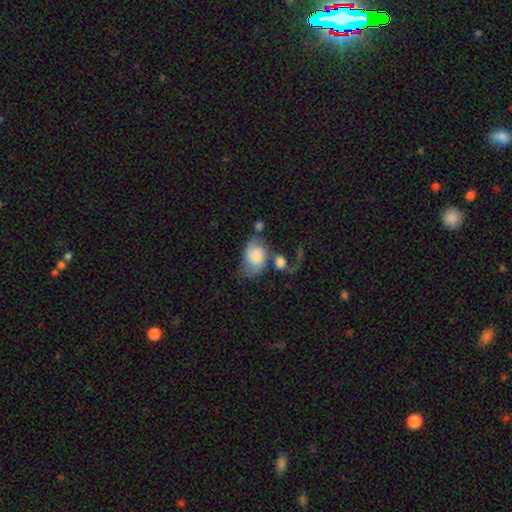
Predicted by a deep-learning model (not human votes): smooth_or_featured: smooth (p=0.53) [alt: featured or disk p=0.39]
how_rounded: in between (p=0.73) [alt: round p=0.25]
merging: merger (p=0.30) [alt: none p=0.26]